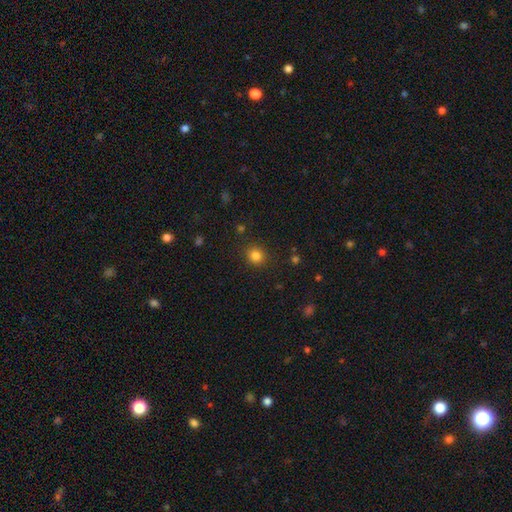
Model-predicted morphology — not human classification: smooth-or-featured: smooth: 83% | star or artifact: 13% | featured or disk: 4%
  how-rounded: round: 86% | in between: 13% | cigar-shaped: 1%
  merging: none: 89% | minor disturbance: 7% | major disturbance: 3% | merger: 1%